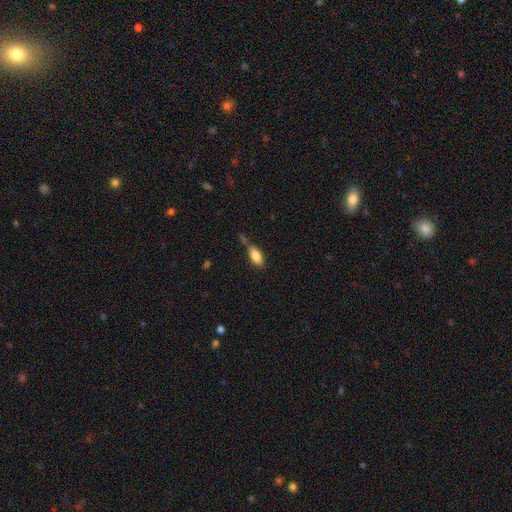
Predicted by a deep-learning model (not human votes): This is clearly a smooth galaxy (83%). How rounded: clearly in between (84%). Merging: possibly none (55%).